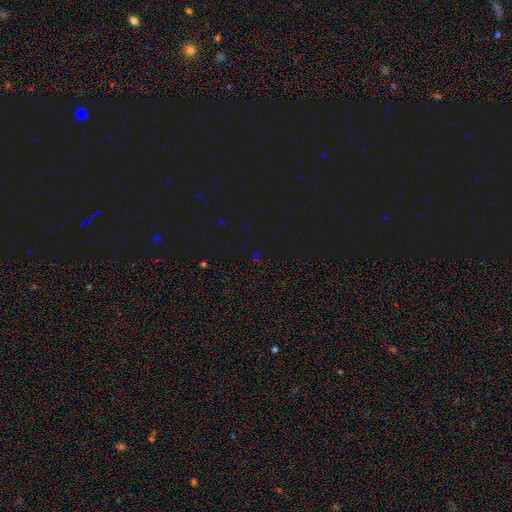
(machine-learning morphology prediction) This is likely a star or artifact rather than a galaxy (73%).